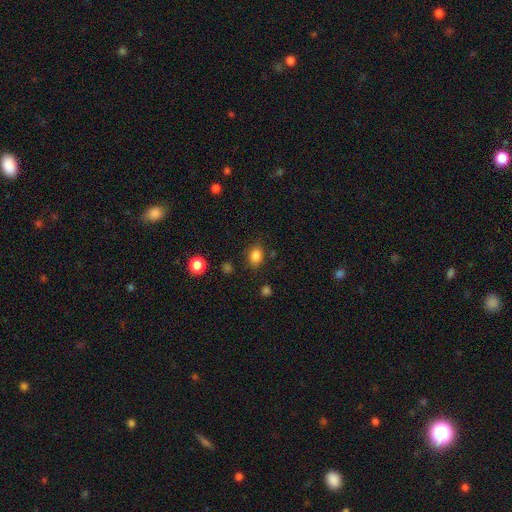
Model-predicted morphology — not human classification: Smooth or featured?
  - smooth: 84% *
  - star or artifact: 11%
  - featured or disk: 5%
How rounded?
  - in between: 63% *
  - round: 36%
  - cigar-shaped: 1%
Merging?
  - none: 81% *
  - minor disturbance: 13%
  - major disturbance: 4%
  - merger: 3%